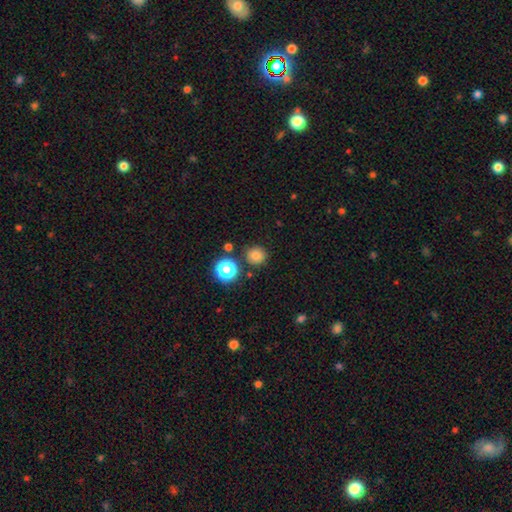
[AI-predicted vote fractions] Smooth or featured?
  - smooth: 78% *
  - star or artifact: 16%
  - featured or disk: 6%
How rounded?
  - round: 90% *
  - in between: 9%
  - cigar-shaped: 1%
Merging?
  - none: 84% *
  - minor disturbance: 8%
  - merger: 5%
  - major disturbance: 3%